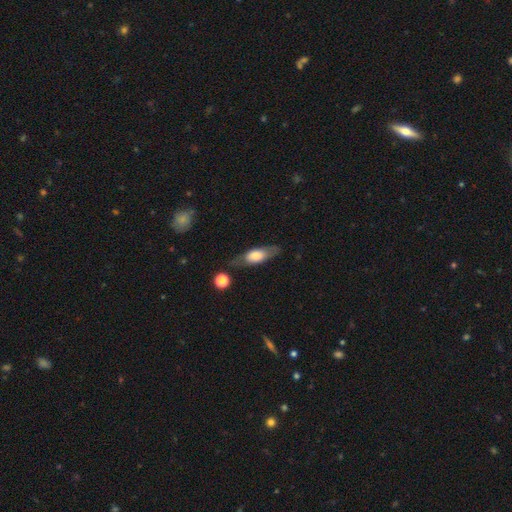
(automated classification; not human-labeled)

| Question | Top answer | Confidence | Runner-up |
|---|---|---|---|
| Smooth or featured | smooth | 57% | featured or disk (37%) |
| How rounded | in between | 62% | cigar-shaped (33%) |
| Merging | none | 70% | minor disturbance (18%) |